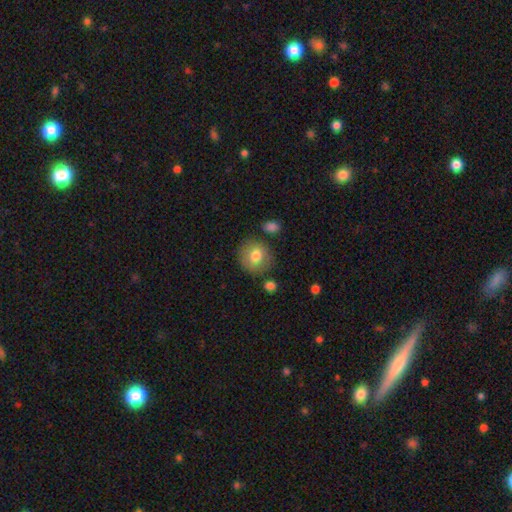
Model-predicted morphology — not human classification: Smooth or featured?
  - smooth: 76% *
  - featured or disk: 16%
  - star or artifact: 8%
How rounded?
  - round: 85% *
  - in between: 14%
  - cigar-shaped: 1%
Merging?
  - none: 81% *
  - minor disturbance: 12%
  - merger: 4%
  - major disturbance: 4%